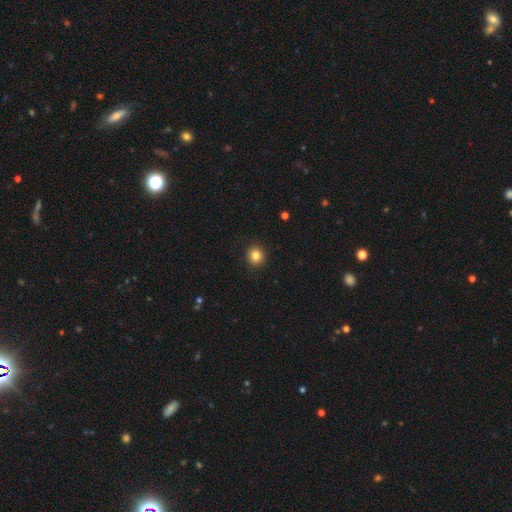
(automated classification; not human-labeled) Morphology: type=smooth (83%); roundness=round (90%); merging=none (92%).